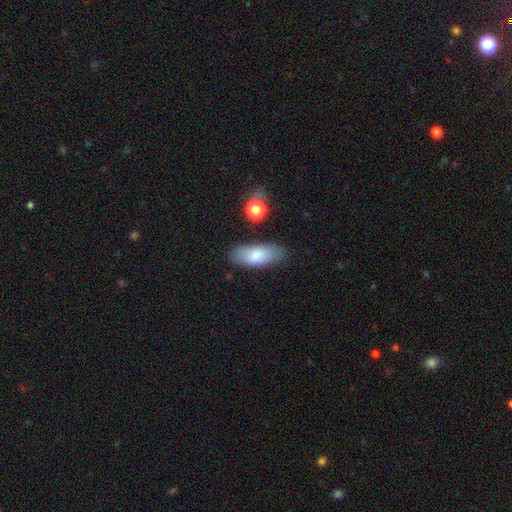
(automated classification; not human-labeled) smooth_or_featured: smooth (p=0.79) [alt: featured or disk p=0.14]
how_rounded: in between (p=0.79) [alt: cigar-shaped p=0.19]
merging: none (p=0.80) [alt: minor disturbance p=0.14]